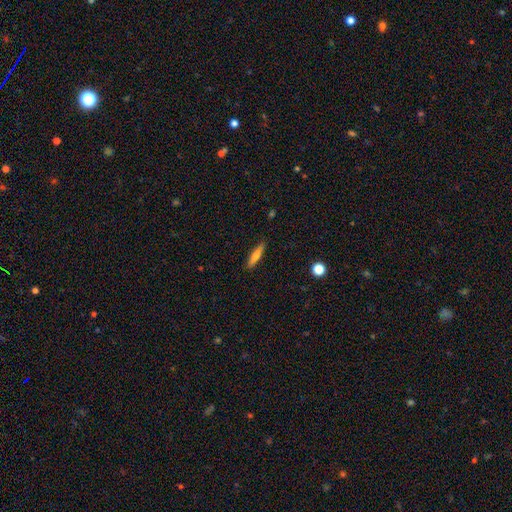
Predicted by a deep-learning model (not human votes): Smooth or featured? Predicted: smooth (p=0.63). How rounded? Predicted: cigar-shaped (p=0.85). Merging? Predicted: none (p=0.90).